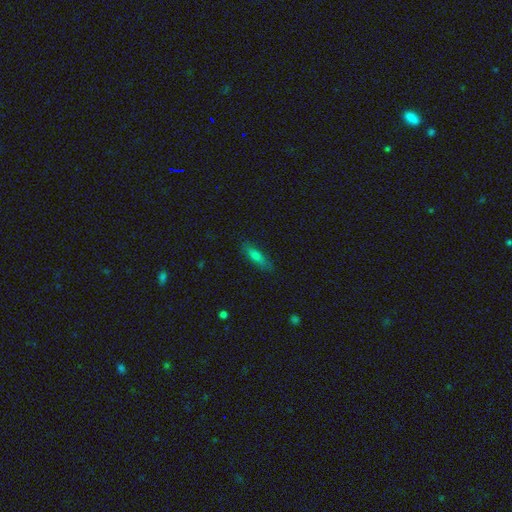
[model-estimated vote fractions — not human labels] Q: Smooth or featured?
A: smooth (65%); runner-up: featured or disk (24%)
Q: How rounded?
A: cigar-shaped (64%); runner-up: in between (34%)
Q: Merging?
A: none (85%); runner-up: minor disturbance (12%)